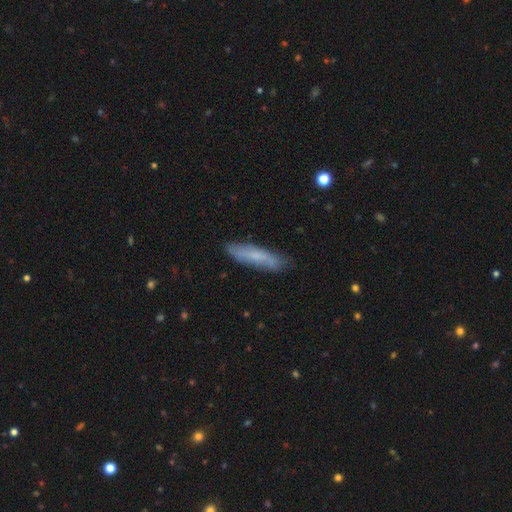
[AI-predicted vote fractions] Smooth or featured: smooth — 59% (featured or disk — 34%)
How rounded: cigar-shaped — 77% (in between — 21%)
Merging: none — 81% (minor disturbance — 15%)